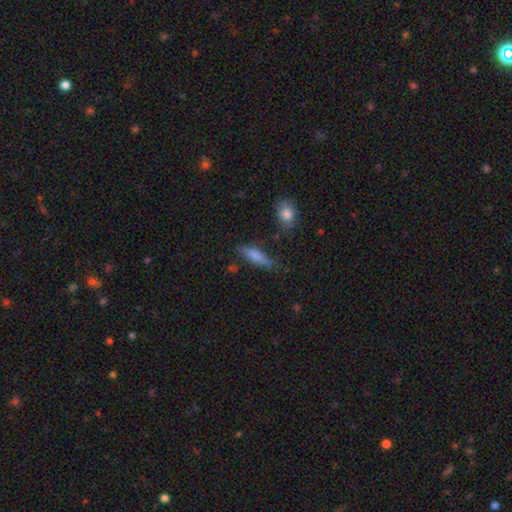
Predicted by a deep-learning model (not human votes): This appears to be a smooth galaxy with no disk features (75%) that is cigar-shaped (53%). Merging: none (68%).